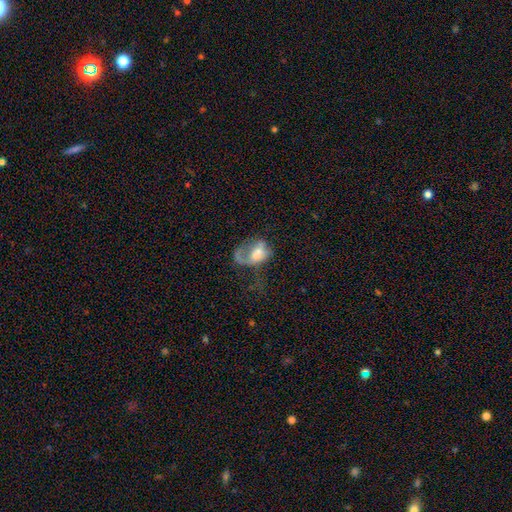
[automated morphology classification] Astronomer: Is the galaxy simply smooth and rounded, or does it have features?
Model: featured or disk — 52% (runner-up: smooth, 37%).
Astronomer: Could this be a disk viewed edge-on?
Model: no — 96%.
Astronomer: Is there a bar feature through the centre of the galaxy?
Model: no — 70%.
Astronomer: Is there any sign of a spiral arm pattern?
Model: yes — 54% (runner-up: no, 46%).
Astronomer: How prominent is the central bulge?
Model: moderate — 42% (runner-up: large, 21%).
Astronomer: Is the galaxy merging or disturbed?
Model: major disturbance — 55%.